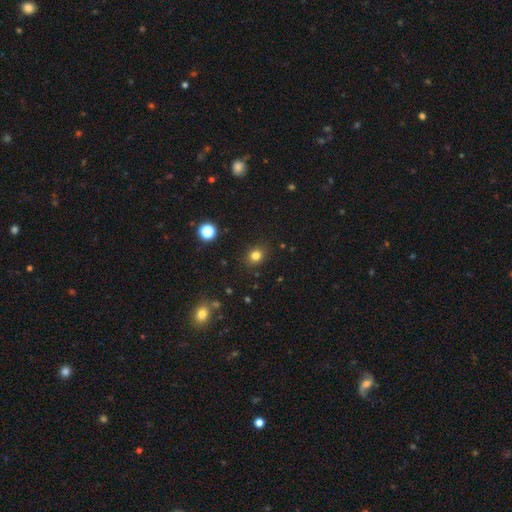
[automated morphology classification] A smooth galaxy with no disk features (80%) that is round (68%).

Vote fractions:
- Smooth or featured? smooth: 80% / star or artifact: 14% / featured or disk: 5%
- How rounded? round: 68% / in between: 31% / cigar-shaped: 1%
- Merging? none: 88% / minor disturbance: 8% / major disturbance: 2% / merger: 2%